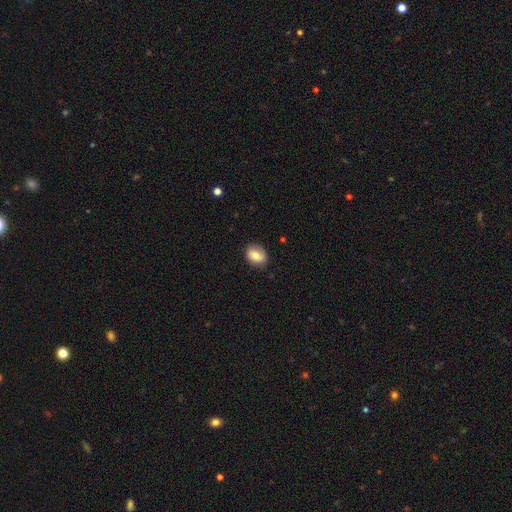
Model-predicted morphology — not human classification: smooth-or-featured: smooth: 73% | featured or disk: 19% | star or artifact: 8%
  how-rounded: in between: 54% | round: 45% | cigar-shaped: 1%
  merging: none: 79% | minor disturbance: 16% | major disturbance: 4% | merger: 1%